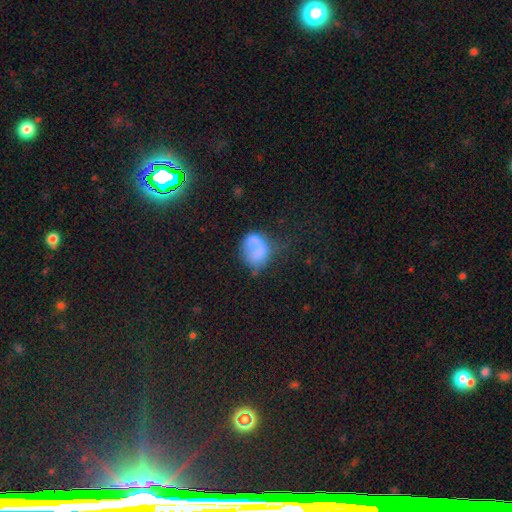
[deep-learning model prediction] Smooth or featured: smooth — 61% (featured or disk — 28%)
How rounded: in between — 56% (round — 42%)
Merging: none — 28% (major disturbance — 27%)